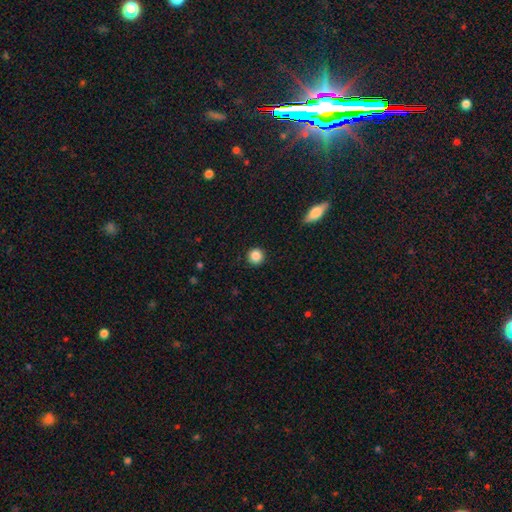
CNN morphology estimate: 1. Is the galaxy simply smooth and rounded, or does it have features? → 87% smooth, 10% star or artifact, 4% featured or disk.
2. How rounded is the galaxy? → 94% round, 5% in between, 1% cigar-shaped.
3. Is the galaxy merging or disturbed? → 91% none, 6% minor disturbance, 2% major disturbance, 1% merger.